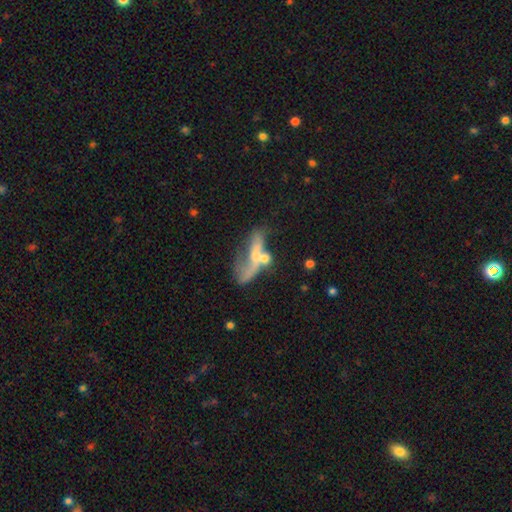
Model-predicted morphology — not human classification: The model was most divided on "merging": merger: 40%, major disturbance: 23%, none: 23%, minor disturbance: 14%. More confident: edge-on disk — no (75%); smooth or featured — featured or disk (56%).